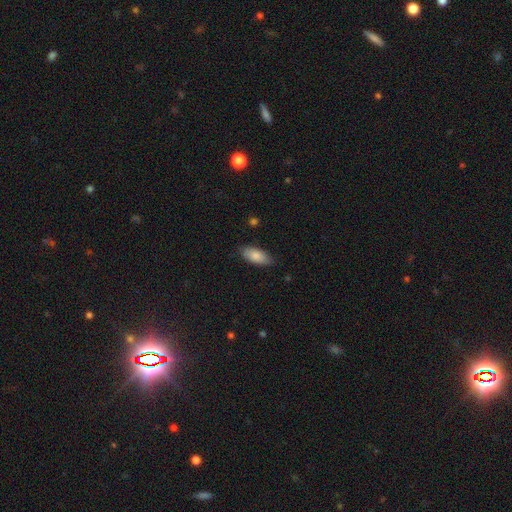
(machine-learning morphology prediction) Smooth or featured?
  - smooth: 84% *
  - featured or disk: 10%
  - star or artifact: 6%
How rounded?
  - in between: 87% *
  - cigar-shaped: 11%
  - round: 2%
Merging?
  - none: 83% *
  - minor disturbance: 14%
  - major disturbance: 2%
  - merger: 1%